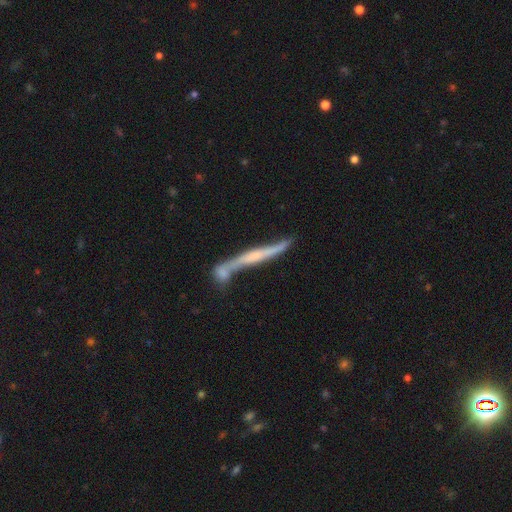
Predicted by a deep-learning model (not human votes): Smooth or featured? Predicted: featured or disk (p=0.69). Edge-on disk? Predicted: yes (p=0.85). Edge-on bulge? Predicted: none (p=0.44). Merging? Predicted: none (p=0.44).